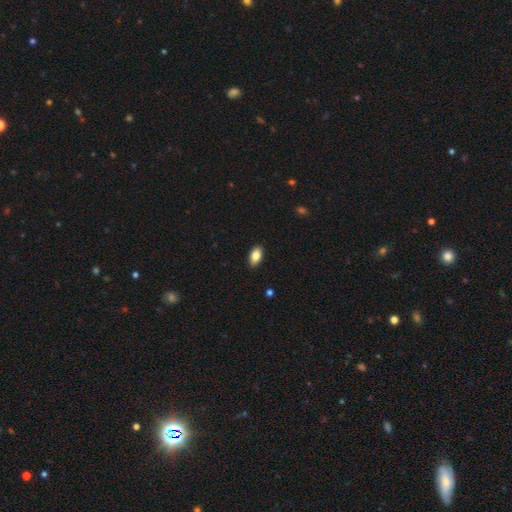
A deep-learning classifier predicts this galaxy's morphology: A smooth galaxy with no disk features (83%) that is in between round and cigar-shaped (92%).

Vote fractions:
- Smooth or featured? smooth: 83% / featured or disk: 9% / star or artifact: 7%
- How rounded? in between: 92% / round: 4% / cigar-shaped: 4%
- Merging? none: 90% / minor disturbance: 8% / major disturbance: 2% / merger: 1%